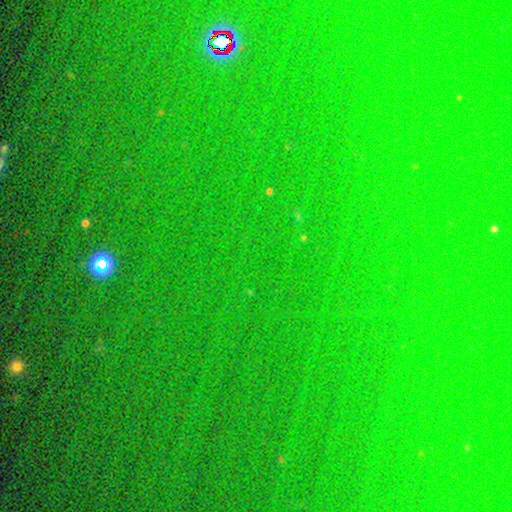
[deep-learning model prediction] smooth-or-featured: star or artifact: 80% | smooth: 12% | featured or disk: 8%